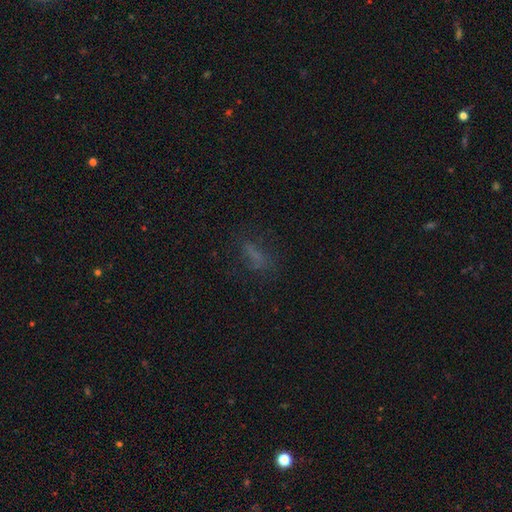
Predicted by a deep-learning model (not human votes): This appears to be a smooth galaxy with no disk features (57%) that is in between round and cigar-shaped (50%). Merging: none (65%).